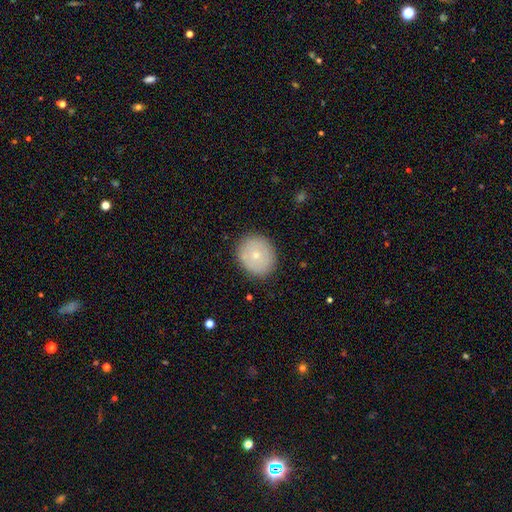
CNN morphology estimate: smooth-or-featured: smooth: 64% | featured or disk: 29% | star or artifact: 7%
  how-rounded: round: 74% | in between: 25% | cigar-shaped: 1%
  merging: none: 87% | minor disturbance: 10% | major disturbance: 2% | merger: 1%